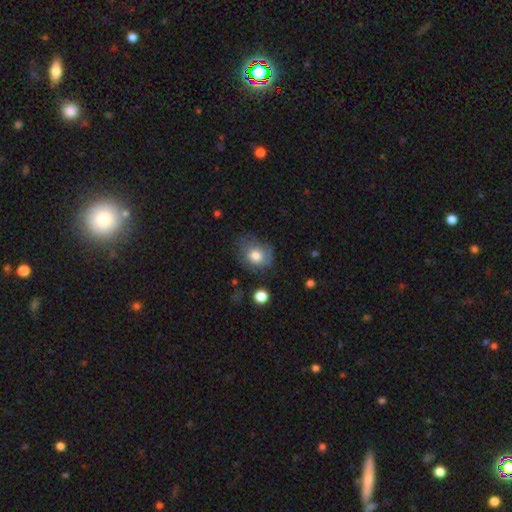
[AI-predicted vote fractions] smooth 71%, featured or disk 20%, star or artifact 9%. Down the decision tree: how rounded — round (59%); merging — none (55%).